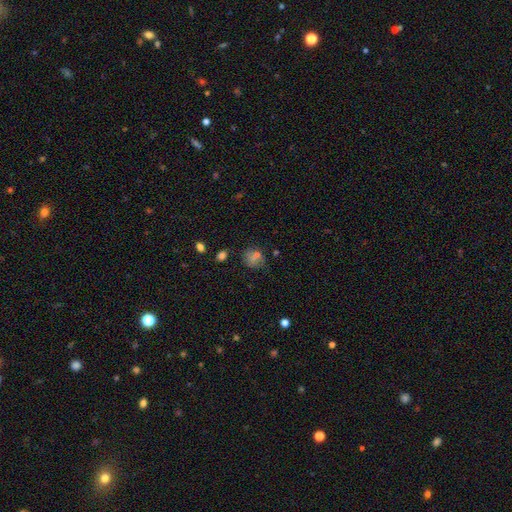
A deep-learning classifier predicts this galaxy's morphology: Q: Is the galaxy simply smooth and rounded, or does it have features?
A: smooth — 57%.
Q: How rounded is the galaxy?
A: round — 68%.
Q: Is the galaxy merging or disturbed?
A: none — 63%.